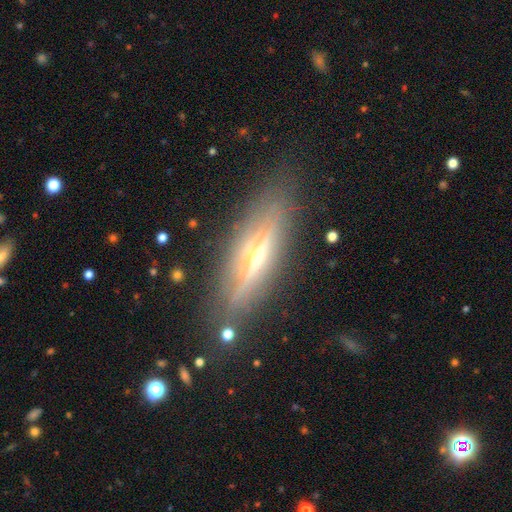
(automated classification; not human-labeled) smooth_or_featured: featured or disk (p=0.75) [alt: smooth p=0.17]
disk_edge_on: yes (p=0.90) [alt: no p=0.10]
edge_on_bulge: rounded (p=0.81) [alt: none p=0.12]
merging: none (p=0.81) [alt: minor disturbance p=0.13]